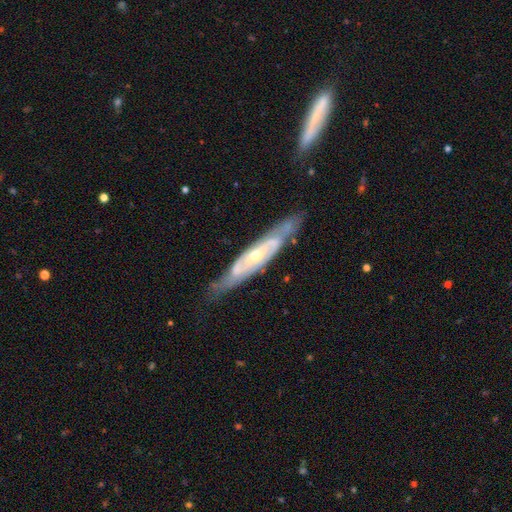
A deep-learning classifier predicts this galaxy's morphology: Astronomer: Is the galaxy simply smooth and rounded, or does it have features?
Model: featured or disk — 80%.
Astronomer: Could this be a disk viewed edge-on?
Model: no — 65%.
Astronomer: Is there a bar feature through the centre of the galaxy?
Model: no — 62%.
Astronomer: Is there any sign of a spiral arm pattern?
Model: yes — 83%.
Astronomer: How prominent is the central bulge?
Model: small — 49% (runner-up: moderate, 46%).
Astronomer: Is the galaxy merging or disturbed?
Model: none — 73%.